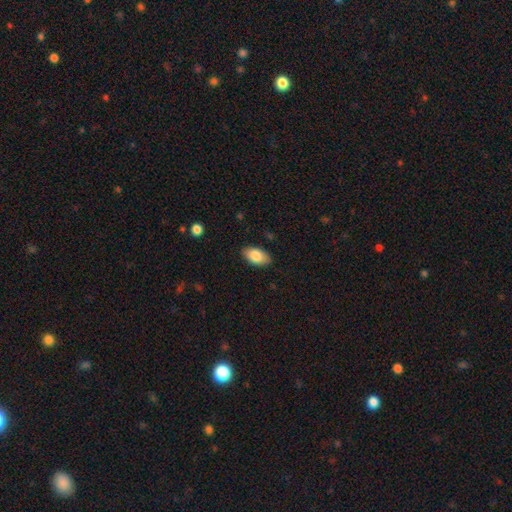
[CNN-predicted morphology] A smooth galaxy with no disk features (83%) that is in between round and cigar-shaped (94%).

Vote fractions:
- Smooth or featured? smooth: 83% / featured or disk: 10% / star or artifact: 6%
- How rounded? in between: 94% / round: 4% / cigar-shaped: 2%
- Merging? none: 86% / minor disturbance: 10% / major disturbance: 2% / merger: 1%